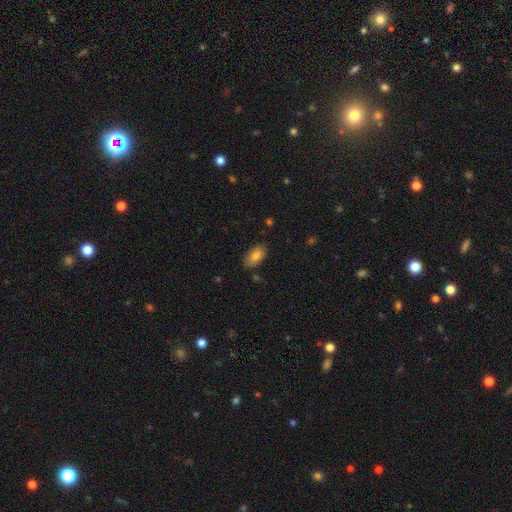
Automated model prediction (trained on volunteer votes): smooth-or-featured: smooth: 80% | featured or disk: 12% | star or artifact: 8%
  how-rounded: in between: 93% | round: 4% | cigar-shaped: 3%
  merging: none: 82% | minor disturbance: 13% | major disturbance: 2% | merger: 2%